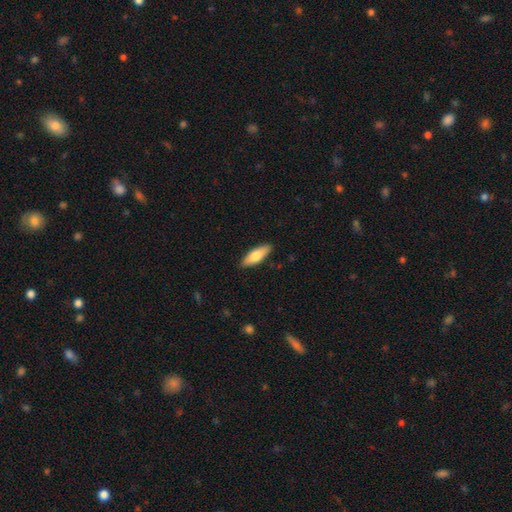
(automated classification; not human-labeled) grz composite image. It shows a smooth galaxy with no disk features (67%) that is in between round and cigar-shaped (59%). Merging: none (89%).